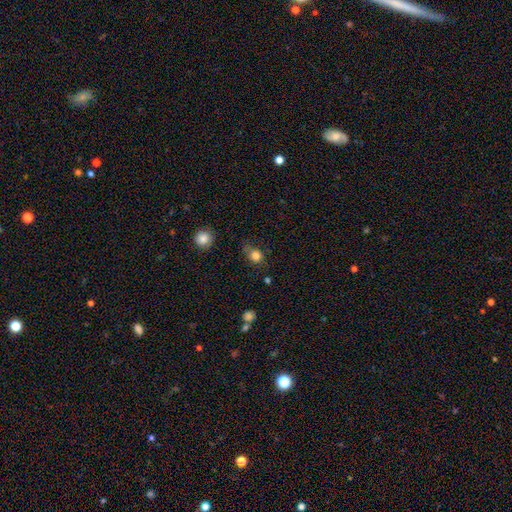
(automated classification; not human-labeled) Smooth or featured?
  - smooth: 81% *
  - star or artifact: 12%
  - featured or disk: 7%
How rounded?
  - round: 70% *
  - in between: 29%
  - cigar-shaped: 1%
Merging?
  - none: 56% *
  - minor disturbance: 29%
  - major disturbance: 12%
  - merger: 3%